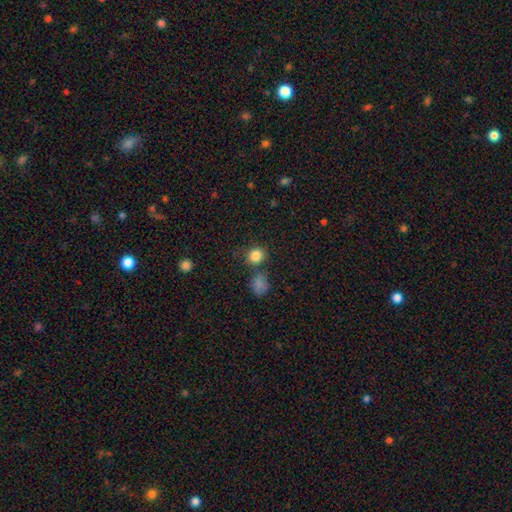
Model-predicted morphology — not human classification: Overall: smooth (83%). How rounded: round (82%). Merging: none (73%).